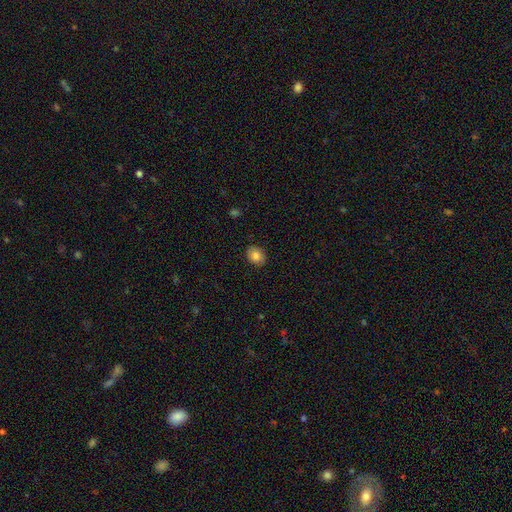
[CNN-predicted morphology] smooth_or_featured: smooth (p=0.82) [alt: featured or disk p=0.10]
how_rounded: in between (p=0.57) [alt: round p=0.42]
merging: none (p=0.87) [alt: minor disturbance p=0.10]